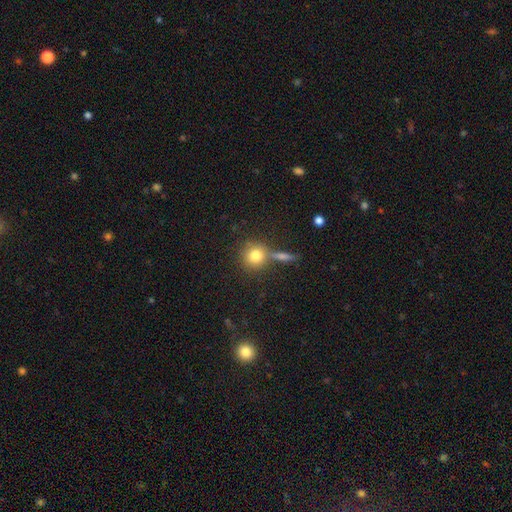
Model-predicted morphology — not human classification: Q: Smooth or featured?
A: smooth (78%); runner-up: featured or disk (11%)
Q: How rounded?
A: round (90%); runner-up: in between (8%)
Q: Merging?
A: none (66%); runner-up: merger (19%)